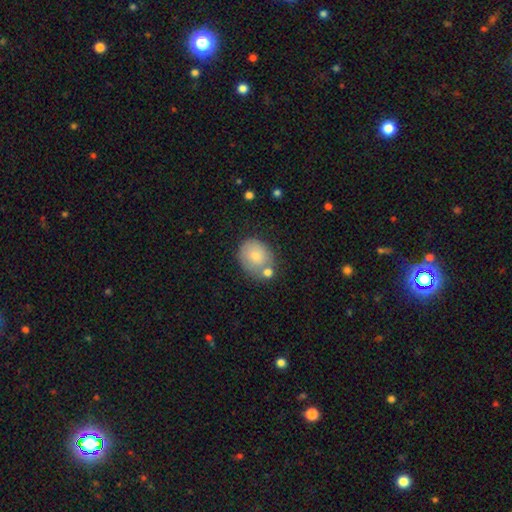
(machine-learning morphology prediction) This appears to be a smooth galaxy with no disk features (76%) that is round (59%). Merging: none (52%).